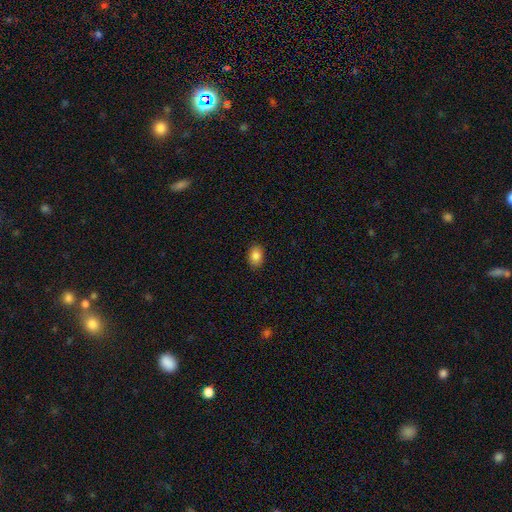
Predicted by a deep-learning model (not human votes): Smooth or featured: smooth — 86% (star or artifact — 9%)
How rounded: in between — 76% (round — 22%)
Merging: none — 89% (minor disturbance — 8%)